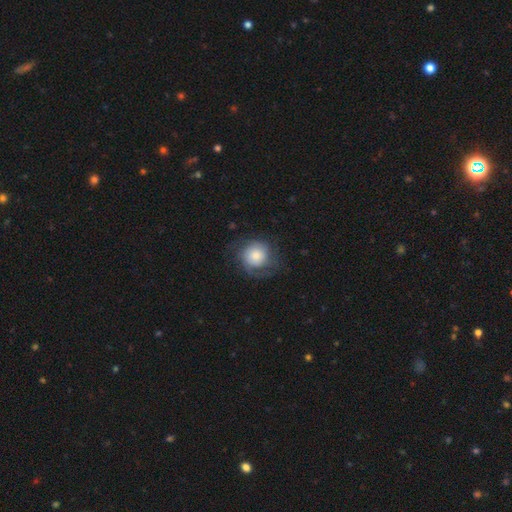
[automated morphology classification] smooth-or-featured: smooth: 51% | featured or disk: 41% | star or artifact: 8%
  how-rounded: round: 87% | in between: 12% | cigar-shaped: 1%
  merging: none: 61% | minor disturbance: 21% | major disturbance: 16% | merger: 1%